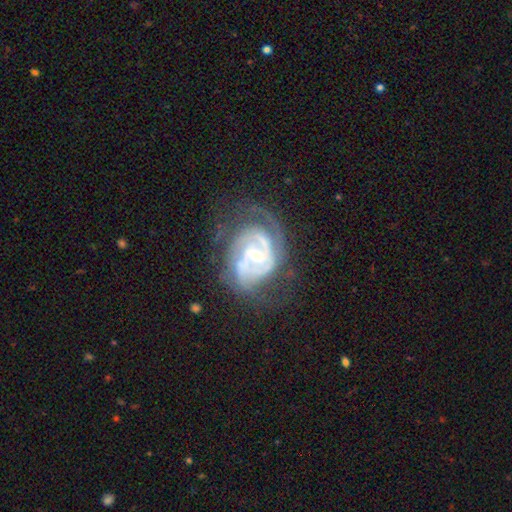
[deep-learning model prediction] A featured or disk galaxy (88%) with a weak bar (50%), 2 (43%) tight (52%) spiral arms (94%) and a small central bulge (52%). Merging: none (55%).